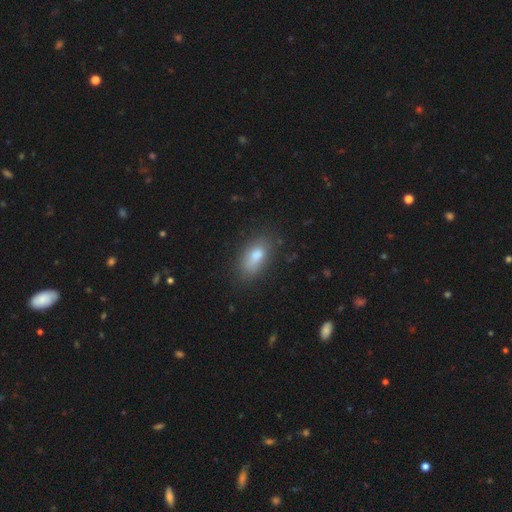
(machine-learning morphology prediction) smooth-or-featured: smooth: 80% | featured or disk: 11% | star or artifact: 9%
  how-rounded: in between: 88% | cigar-shaped: 6% | round: 5%
  merging: none: 74% | minor disturbance: 18% | major disturbance: 5% | merger: 3%